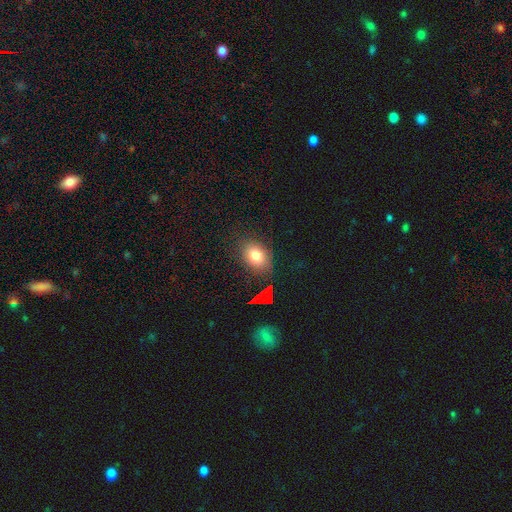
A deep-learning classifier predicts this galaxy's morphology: Q: Smooth or featured?
A: smooth (80%); runner-up: featured or disk (10%)
Q: How rounded?
A: in between (71%); runner-up: round (27%)
Q: Merging?
A: none (69%); runner-up: minor disturbance (17%)